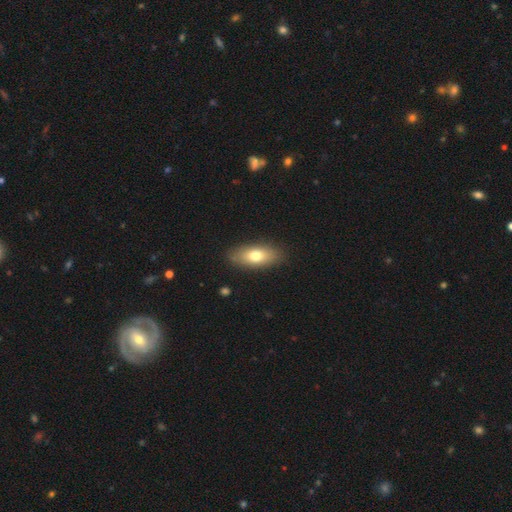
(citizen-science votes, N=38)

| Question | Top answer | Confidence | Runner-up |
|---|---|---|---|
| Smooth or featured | smooth | 68% | featured or disk (24%) |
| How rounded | in between | 77% | cigar-shaped (23%) |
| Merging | none | 74% | minor disturbance (17%) |